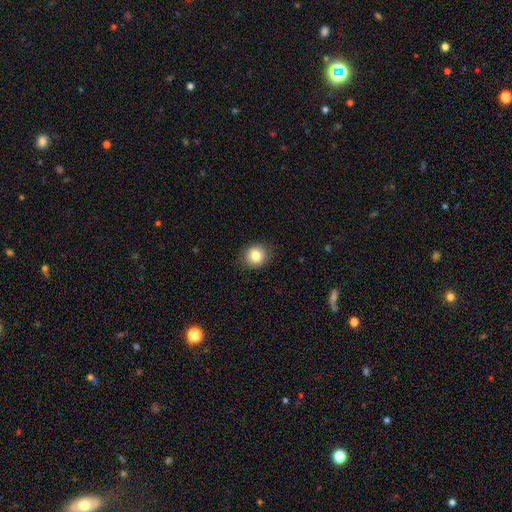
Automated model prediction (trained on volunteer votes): This appears to be a smooth galaxy with no disk features (82%) that is round (81%). Merging: none (89%).